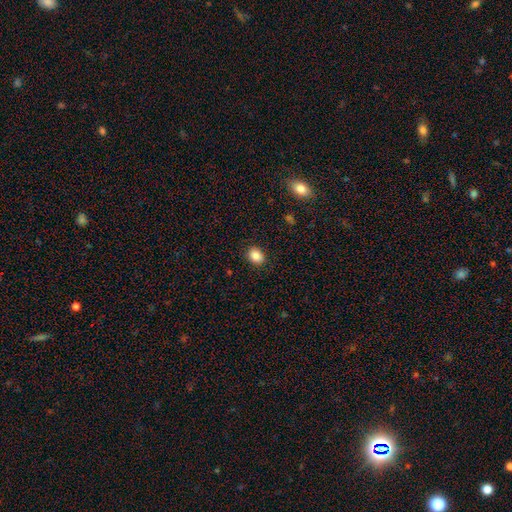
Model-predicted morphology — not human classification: smooth 87%, star or artifact 9%, featured or disk 4%. Down the decision tree: how rounded — in between (58%); merging — none (89%).